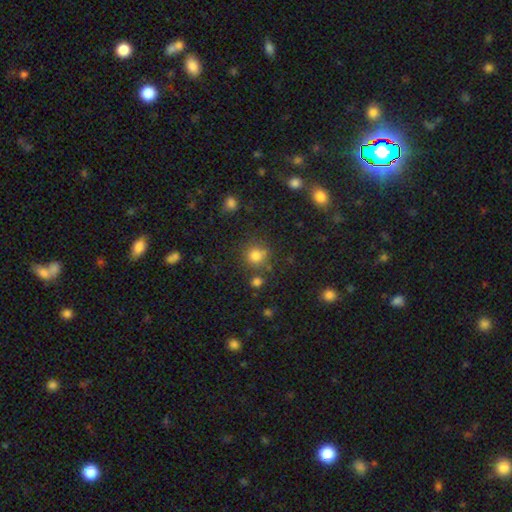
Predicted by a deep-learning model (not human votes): Smooth or featured: smooth — 79% (star or artifact — 15%)
How rounded: round — 89% (in between — 10%)
Merging: none — 73% (minor disturbance — 12%)